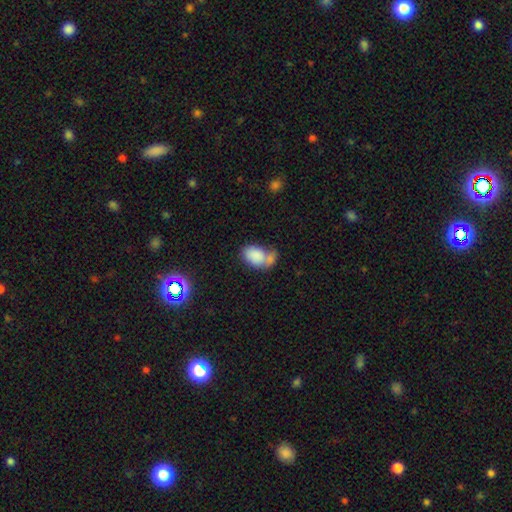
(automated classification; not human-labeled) Smooth or featured?
  - smooth: 82% *
  - featured or disk: 10%
  - star or artifact: 8%
How rounded?
  - in between: 86% *
  - round: 12%
  - cigar-shaped: 1%
Merging?
  - merger: 43% *
  - none: 30%
  - minor disturbance: 16%
  - major disturbance: 10%